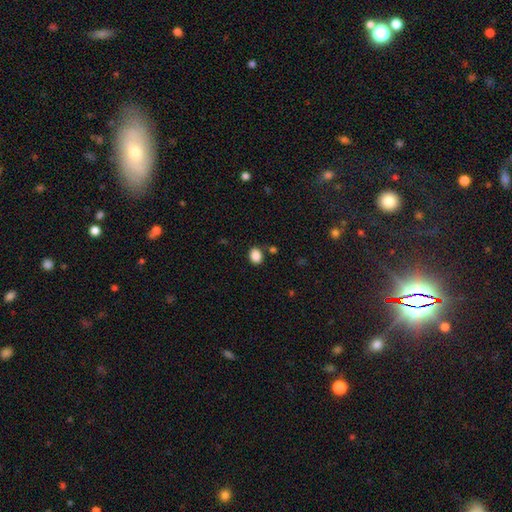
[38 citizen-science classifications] Smooth or featured?
  - smooth: 95% *
  - featured or disk: 5%
  - star or artifact: 0%
How rounded?
  - round: 61% *
  - in between: 39%
  - cigar-shaped: 0%
Merging?
  - none: 89% *
  - minor disturbance: 5%
  - merger: 5%
  - major disturbance: 0%